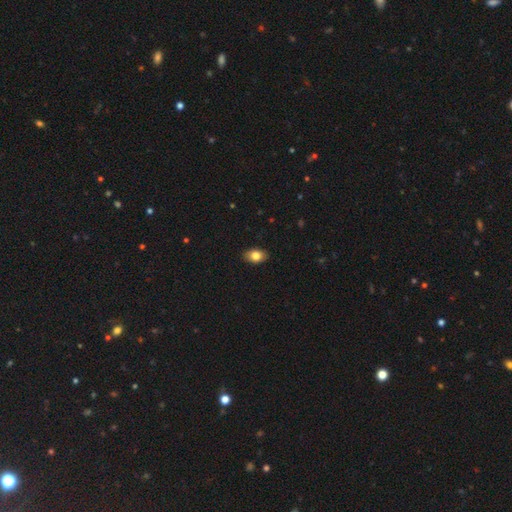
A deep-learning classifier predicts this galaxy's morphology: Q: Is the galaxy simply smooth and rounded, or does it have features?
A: smooth — 82%.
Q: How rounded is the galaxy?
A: in between — 85%.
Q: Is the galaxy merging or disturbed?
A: none — 87%.